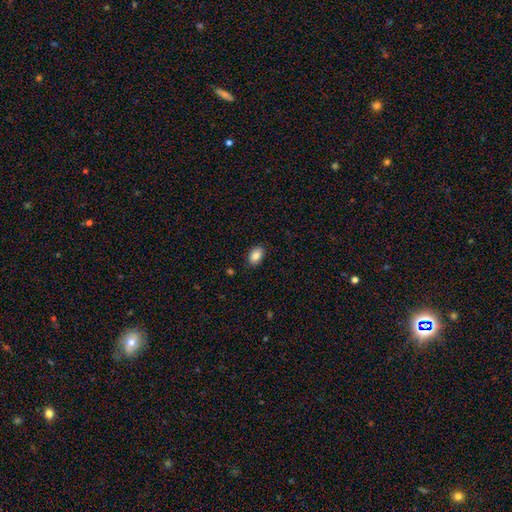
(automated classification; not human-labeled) Morphology: type=smooth (85%); roundness=in between (88%); merging=none (87%).